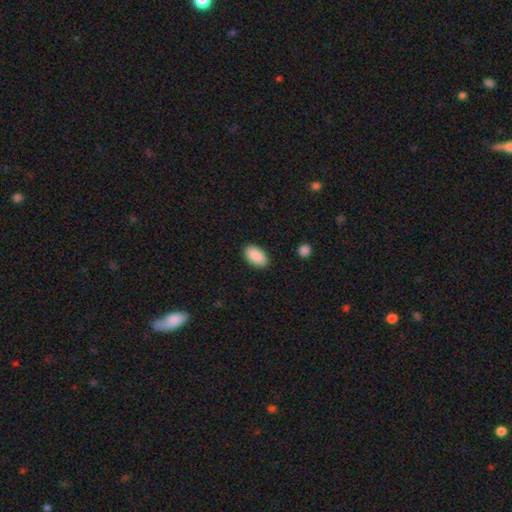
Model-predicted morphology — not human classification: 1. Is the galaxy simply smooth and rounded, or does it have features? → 91% smooth, 6% star or artifact, 3% featured or disk.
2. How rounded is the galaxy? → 94% in between, 4% round, 2% cigar-shaped.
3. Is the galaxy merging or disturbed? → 88% none, 8% minor disturbance, 2% major disturbance, 1% merger.